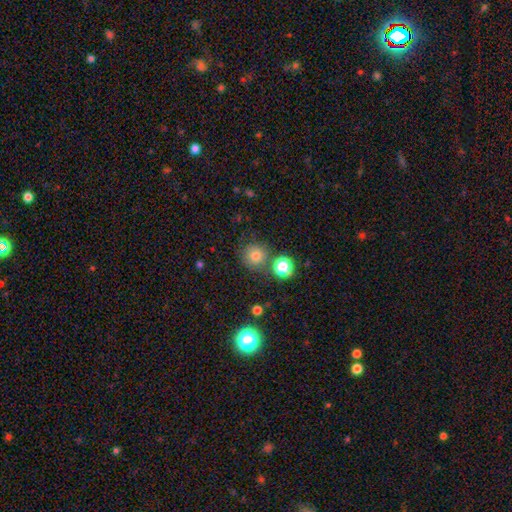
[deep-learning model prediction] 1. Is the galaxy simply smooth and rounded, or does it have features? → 77% smooth, 15% star or artifact, 8% featured or disk.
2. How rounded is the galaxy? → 93% round, 6% in between, 1% cigar-shaped.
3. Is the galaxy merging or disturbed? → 75% none, 11% merger, 10% minor disturbance, 4% major disturbance.